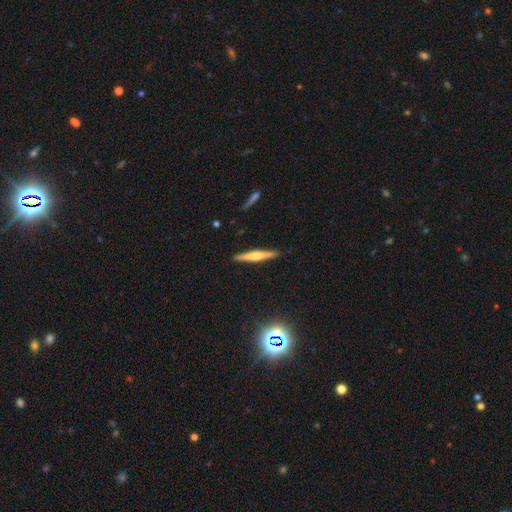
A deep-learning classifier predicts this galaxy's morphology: smooth-or-featured: featured or disk: 61% | smooth: 32% | star or artifact: 7%
  disk-edge-on: yes: 98% | no: 2%
    edge-on-bulge: rounded: 76% | boxy: 13% | none: 11%
  merging: none: 91% | minor disturbance: 7% | major disturbance: 1% | merger: 1%